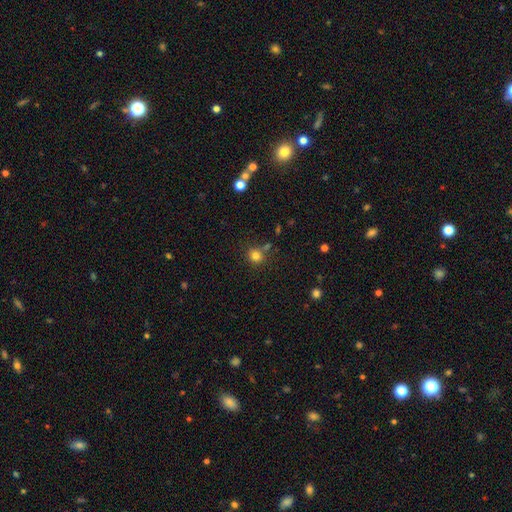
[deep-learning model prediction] This appears to be a smooth galaxy with no disk features (80%) that is round (85%). Merging: none (74%).